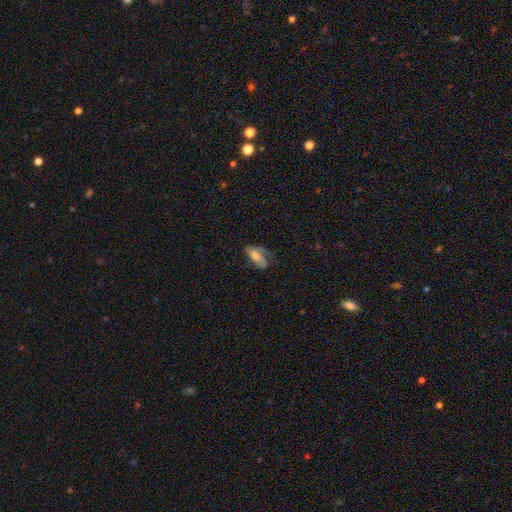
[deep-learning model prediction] A smooth galaxy with no disk features (46%, tied with featured or disk).

Vote fractions:
- Smooth or featured? smooth: 46% (tied) / featured or disk: 46% (tied) / star or artifact: 9%
- Merging? none: 43% / major disturbance: 28% / minor disturbance: 26% / merger: 3%